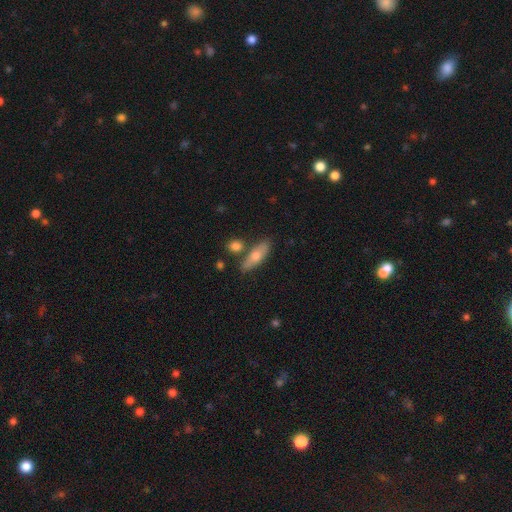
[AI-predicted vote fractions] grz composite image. It shows a smooth galaxy with no disk features (60%) that is cigar-shaped (52%). Merging: none (75%).